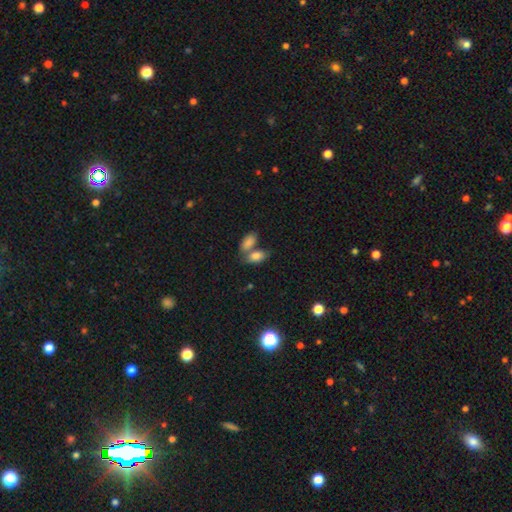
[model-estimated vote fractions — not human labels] Overall: smooth (82%). How rounded: in between (91%). Merging: merger (48%; none 37%).